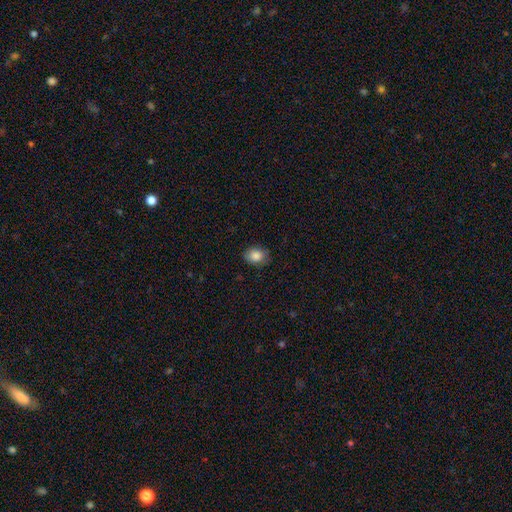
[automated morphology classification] Overall: smooth (85%). How rounded: in between (63%; round 36%). Merging: none (82%).